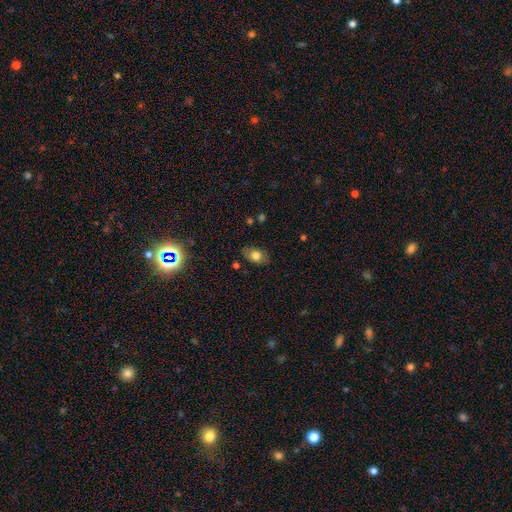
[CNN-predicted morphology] Overall: smooth (75%). How rounded: in between (82%). Merging: none (80%).